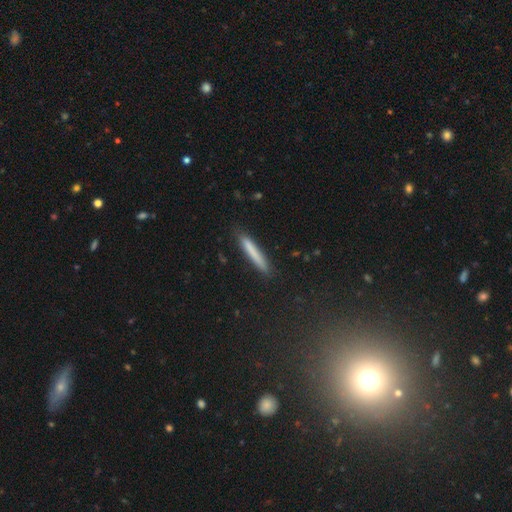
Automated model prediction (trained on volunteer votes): Q: Smooth or featured?
A: smooth (73%); runner-up: featured or disk (19%)
Q: How rounded?
A: cigar-shaped (96%); runner-up: in between (3%)
Q: Merging?
A: none (88%); runner-up: minor disturbance (9%)